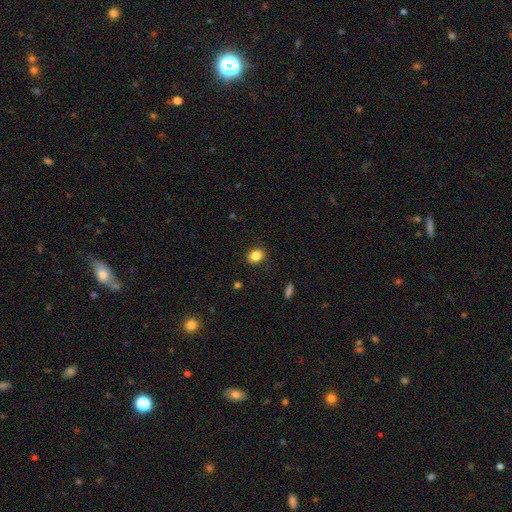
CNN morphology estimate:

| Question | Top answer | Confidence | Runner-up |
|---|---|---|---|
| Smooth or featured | smooth | 85% | star or artifact (10%) |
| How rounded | round | 52% | in between (47%) |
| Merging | none | 88% | minor disturbance (9%) |